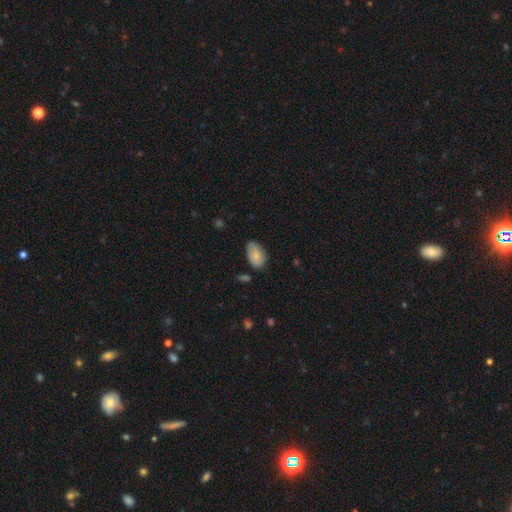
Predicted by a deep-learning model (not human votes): This appears to be a smooth galaxy with no disk features (80%) that is in between round and cigar-shaped (92%). Merging: none (66%).